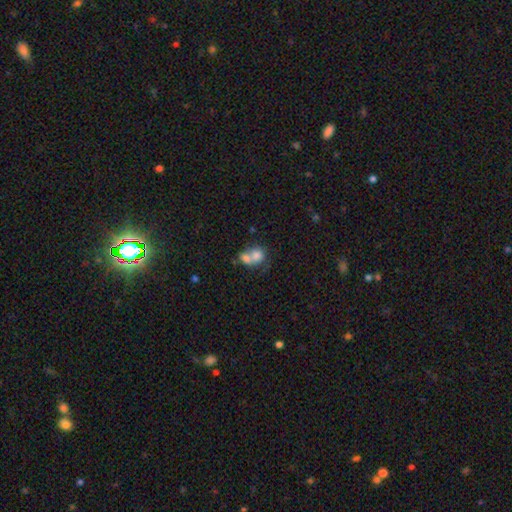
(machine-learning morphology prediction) This appears to be a smooth galaxy with no disk features (71%) that is round (60%). Merging: merger (71%).